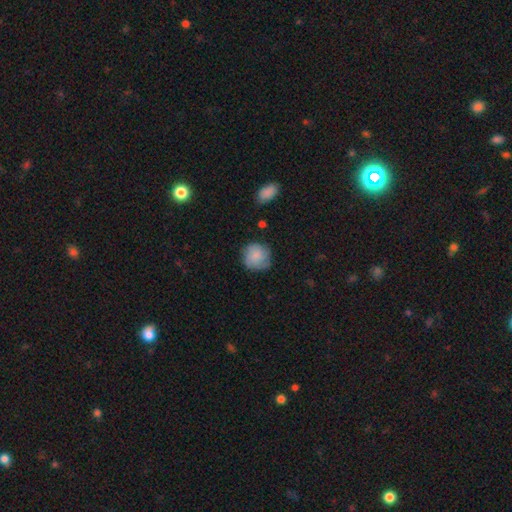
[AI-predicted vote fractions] The model was most divided on "merging": none: 70%, minor disturbance: 22%, major disturbance: 6%, merger: 2%. More confident: how rounded — round (89%); smooth or featured — smooth (71%).